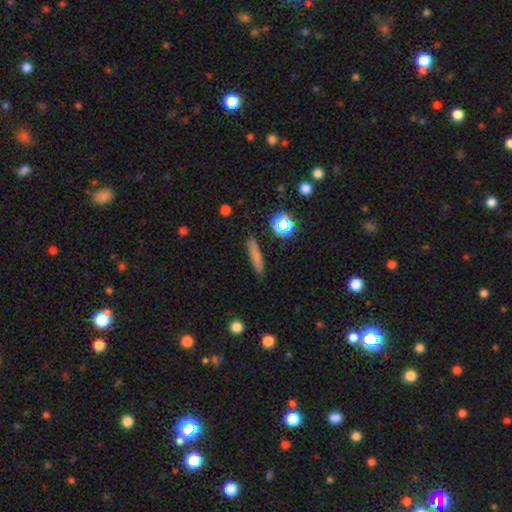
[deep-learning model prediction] Morphology: type=smooth (75%); roundness=cigar-shaped (86%); merging=none (86%).